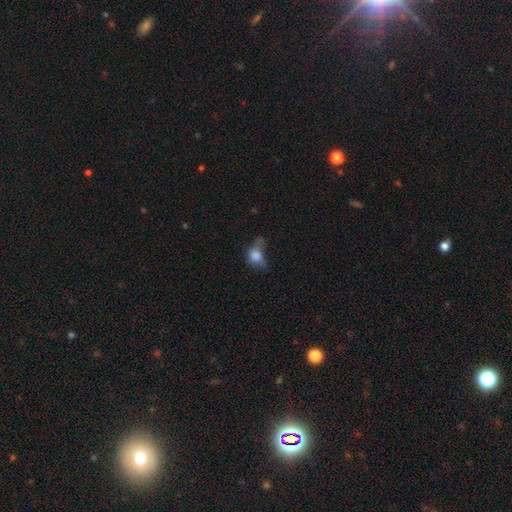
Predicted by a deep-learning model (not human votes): Smooth or featured? smooth (71%)
How rounded? in between (57%)
Merging? major disturbance (40%)